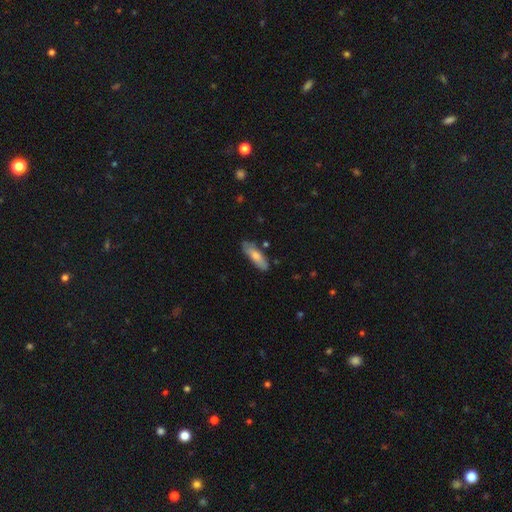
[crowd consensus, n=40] smooth-or-featured: smooth: 68% | featured or disk: 28% | star or artifact: 5%
  how-rounded: cigar-shaped: 56% | in between: 44% | round: 0%
  merging: none: 92% | minor disturbance: 5% | major disturbance: 3% | merger: 0%